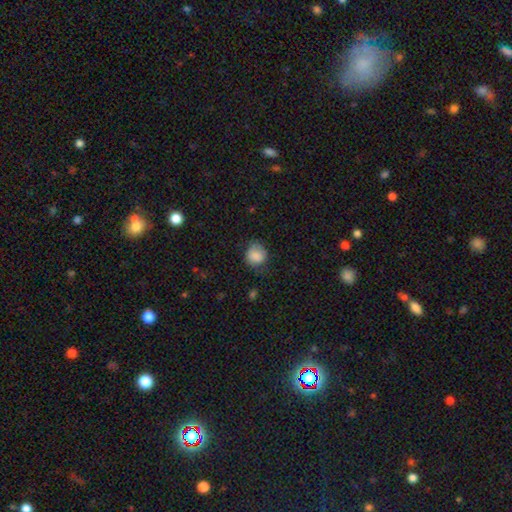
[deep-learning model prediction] Q: Smooth or featured?
A: smooth (86%); runner-up: star or artifact (8%)
Q: How rounded?
A: round (79%); runner-up: in between (21%)
Q: Merging?
A: none (60%); runner-up: minor disturbance (30%)